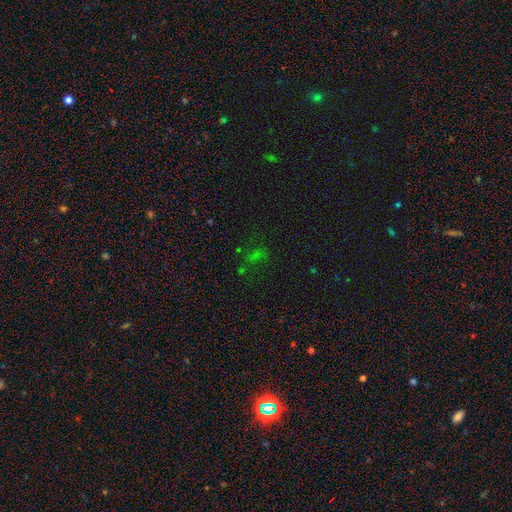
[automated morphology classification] A star or artifact, not a galaxy (52%).